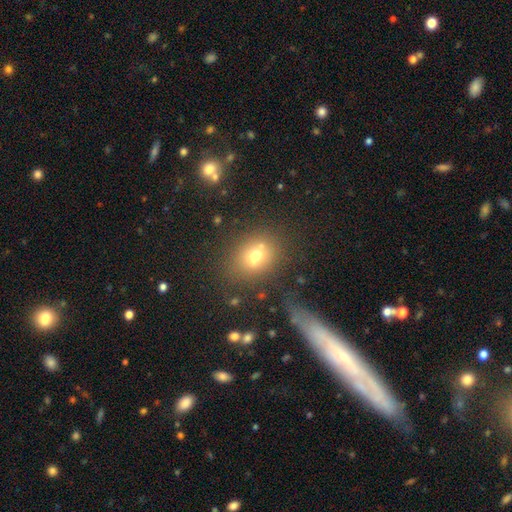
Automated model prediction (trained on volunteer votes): This appears to be a smooth galaxy with no disk features (62%) that is round (51%). Merging: none (61%).